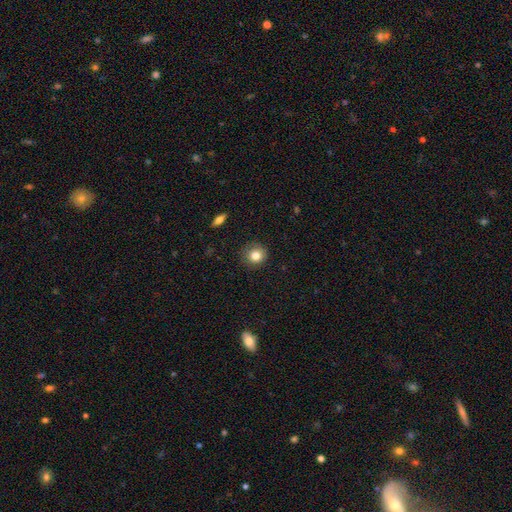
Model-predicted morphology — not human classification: The model was most divided on "smooth or featured": smooth: 81%, star or artifact: 11%, featured or disk: 8%. More confident: how rounded — round (91%); merging — none (88%).